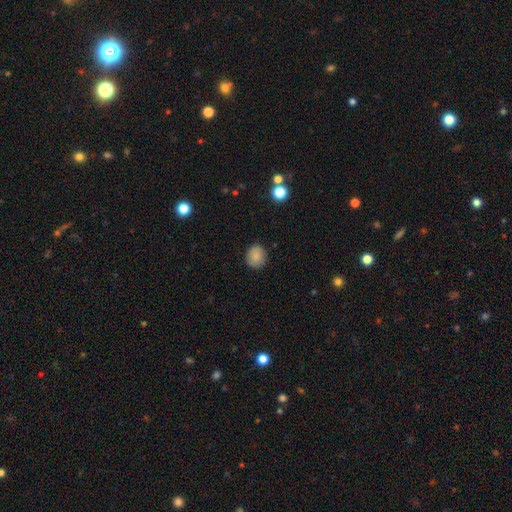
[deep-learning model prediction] Smooth or featured? Predicted: smooth (p=0.86). How rounded? Predicted: round (p=0.79). Merging? Predicted: none (p=0.87).